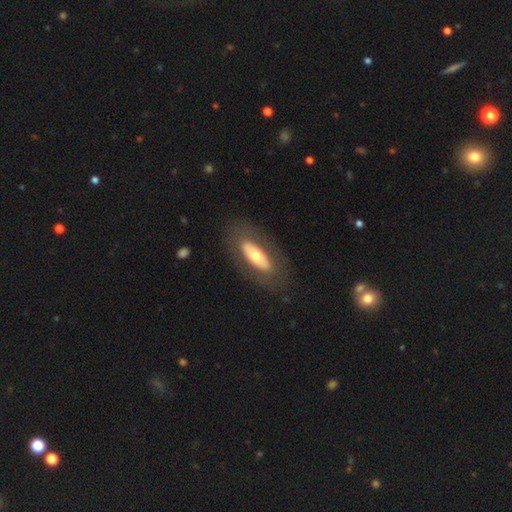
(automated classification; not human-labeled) A smooth galaxy with no disk features (48%). Merging: none (82%).